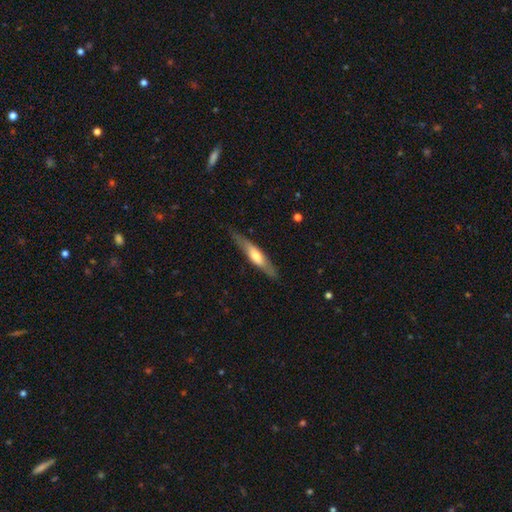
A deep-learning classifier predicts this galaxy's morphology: Smooth or featured? Predicted: featured or disk (p=0.51). Edge-on disk? Predicted: yes (p=0.84). Merging? Predicted: none (p=0.82).